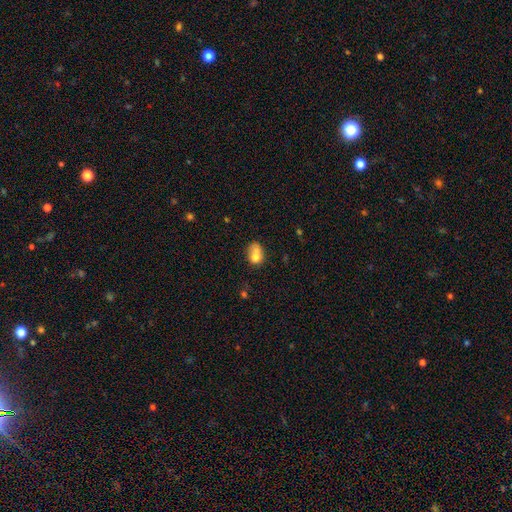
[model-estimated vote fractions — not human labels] This appears to be a smooth galaxy with no disk features (67%) that is in between round and cigar-shaped (59%). Merging: merger (52%).